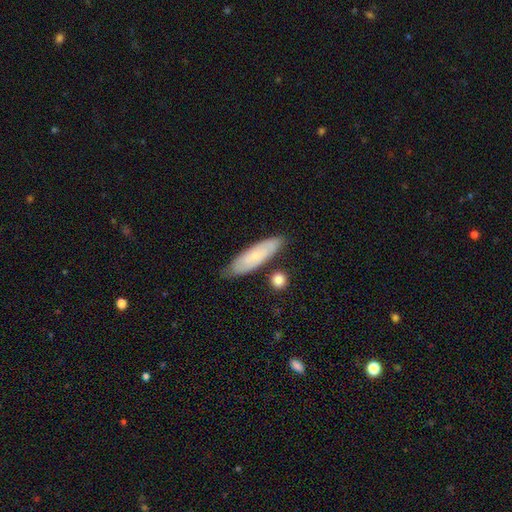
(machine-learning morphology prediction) Overall: smooth (68%). How rounded: cigar-shaped (59%; in between 39%). Merging: none (75%).